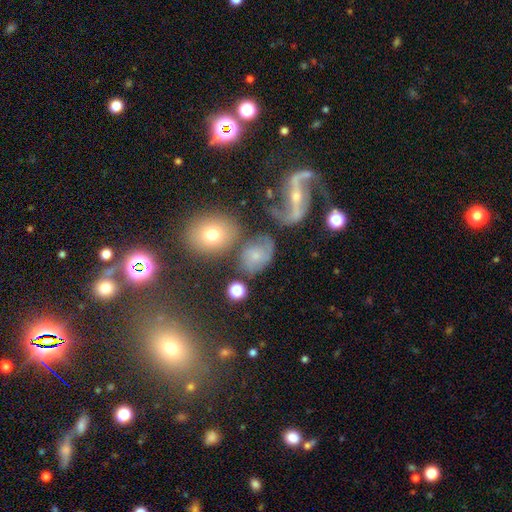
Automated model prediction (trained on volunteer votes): Smooth or featured?
  - featured or disk: 47% *
  - smooth: 38%
  - star or artifact: 14%
Merging?
  - none: 51% *
  - minor disturbance: 20%
  - merger: 15%
  - major disturbance: 14%